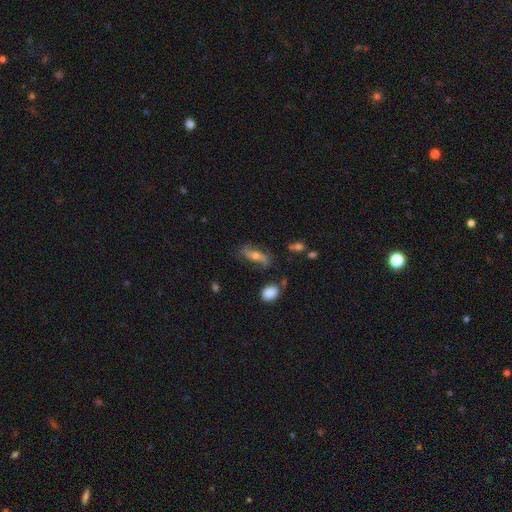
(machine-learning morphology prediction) featured or disk 57%, smooth 33%, star or artifact 10%. Down the decision tree: edge-on disk — no (76%); merging — none (68%).